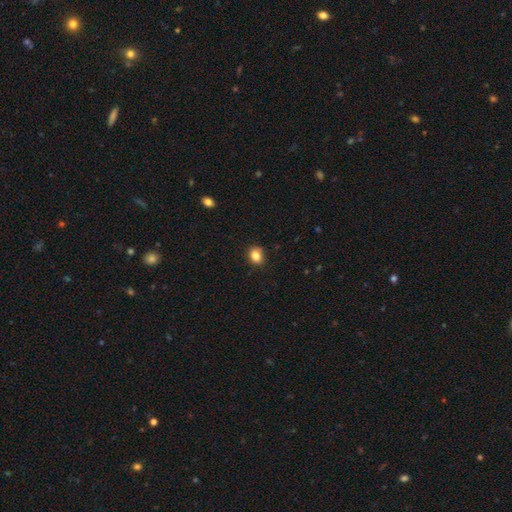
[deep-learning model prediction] Morphology: type=smooth (84%); roundness=round (56%); merging=none (85%).